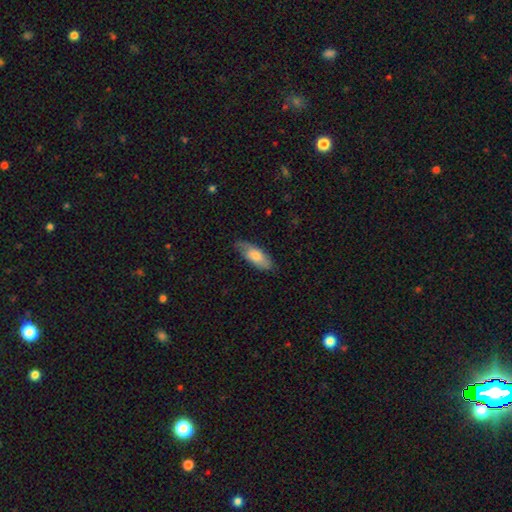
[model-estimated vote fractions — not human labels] Q: Smooth or featured?
A: smooth (75%); runner-up: featured or disk (19%)
Q: How rounded?
A: in between (78%); runner-up: cigar-shaped (21%)
Q: Merging?
A: none (71%); runner-up: minor disturbance (23%)